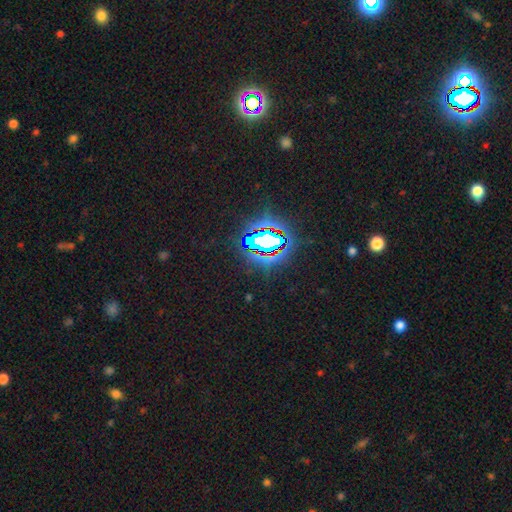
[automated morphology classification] smooth-or-featured: star or artifact: 84% | smooth: 10% | featured or disk: 7%